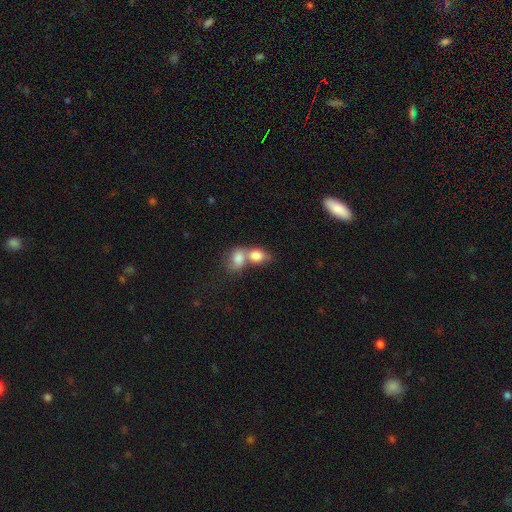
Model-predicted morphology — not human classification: Q: Smooth or featured?
A: smooth (80%); runner-up: featured or disk (12%)
Q: How rounded?
A: in between (65%); runner-up: round (33%)
Q: Merging?
A: merger (70%); runner-up: none (19%)